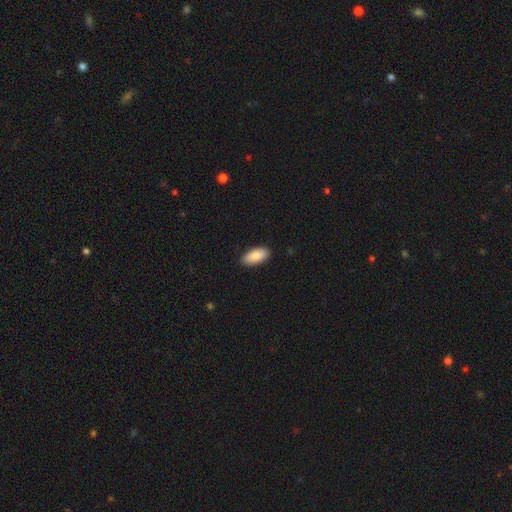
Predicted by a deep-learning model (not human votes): The model was most divided on "smooth or featured": smooth: 86%, featured or disk: 8%, star or artifact: 6%. More confident: how rounded — in between (92%); merging — none (88%).